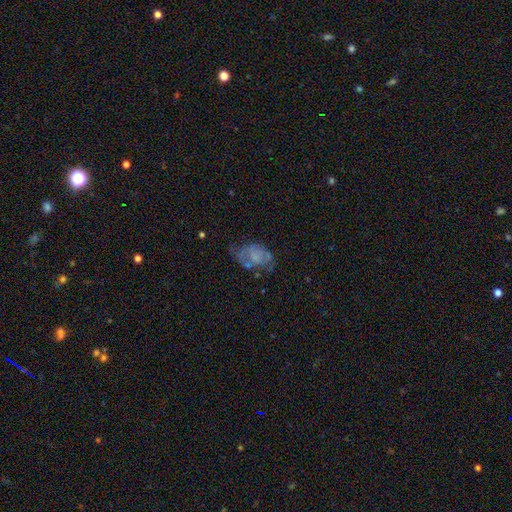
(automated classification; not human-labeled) Morphology: type=featured or disk (45%); merging=none (39%).